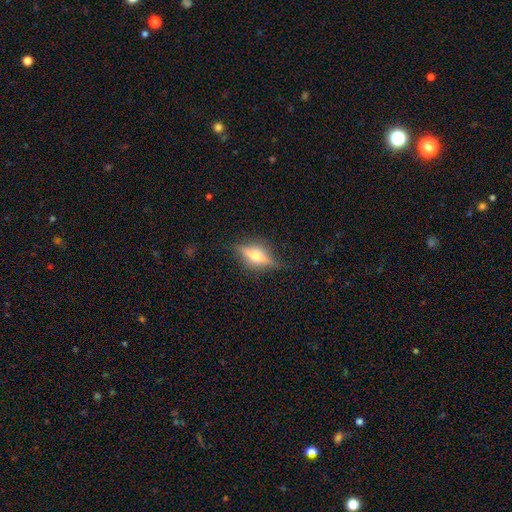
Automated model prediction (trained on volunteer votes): Smooth or featured: featured or disk — 63% (smooth — 29%)
Edge-on disk: yes — 90% (no — 10%)
Edge-on bulge: rounded — 92% (boxy — 5%)
Merging: none — 80% (minor disturbance — 14%)